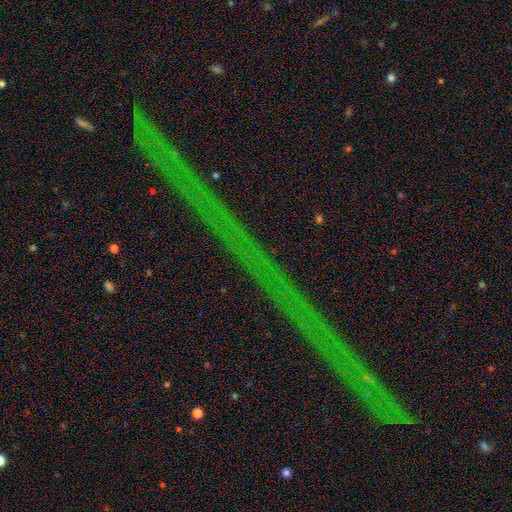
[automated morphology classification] Smooth or featured? star or artifact (84%)